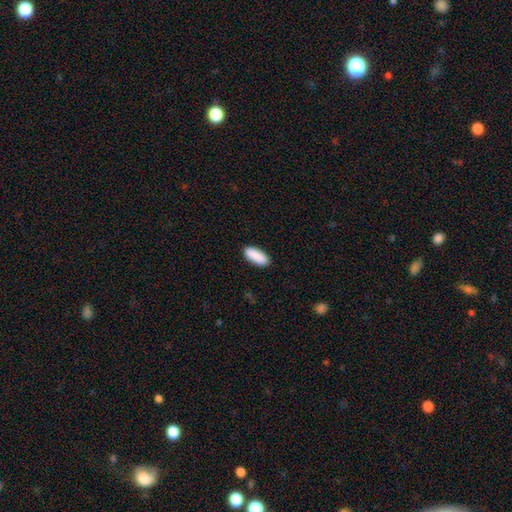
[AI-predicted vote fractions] smooth_or_featured: smooth (p=0.90) [alt: star or artifact p=0.06]
how_rounded: in between (p=0.77) [alt: cigar-shaped p=0.21]
merging: none (p=0.89) [alt: minor disturbance p=0.08]